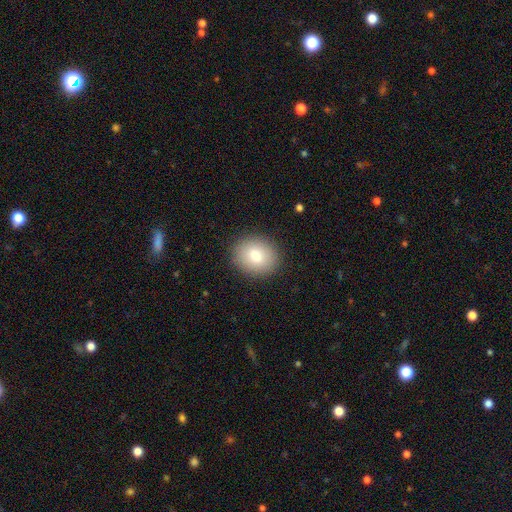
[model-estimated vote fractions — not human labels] smooth 81%, featured or disk 10%, star or artifact 9%. Down the decision tree: how rounded — round (63%); merging — none (89%).